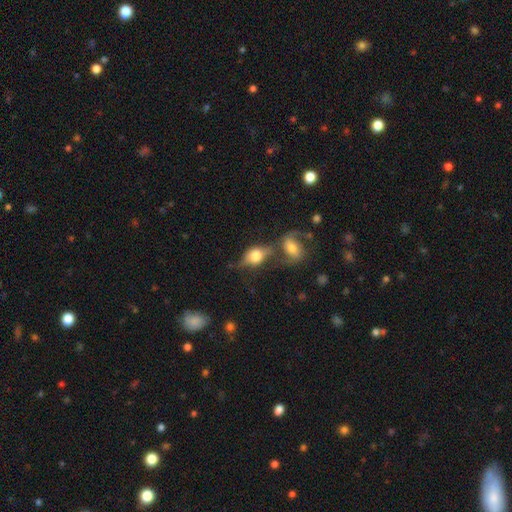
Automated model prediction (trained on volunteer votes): This is possibly a smooth galaxy (55%). How rounded: likely in between (71%). Merging: marginally merger (39%).